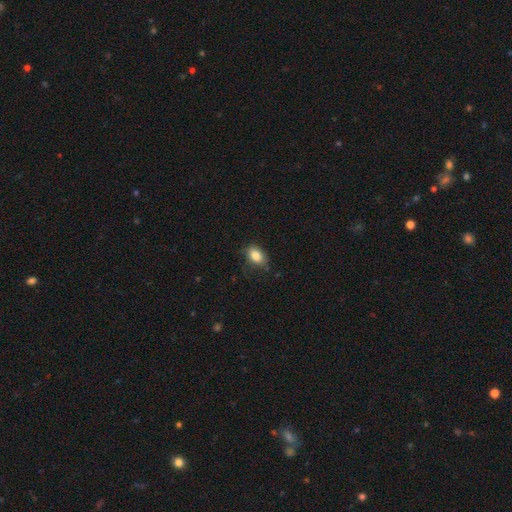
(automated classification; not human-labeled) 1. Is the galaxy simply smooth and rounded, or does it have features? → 84% smooth, 9% star or artifact, 7% featured or disk.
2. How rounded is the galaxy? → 83% in between, 15% round, 2% cigar-shaped.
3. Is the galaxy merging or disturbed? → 71% none, 23% minor disturbance, 5% major disturbance, 2% merger.